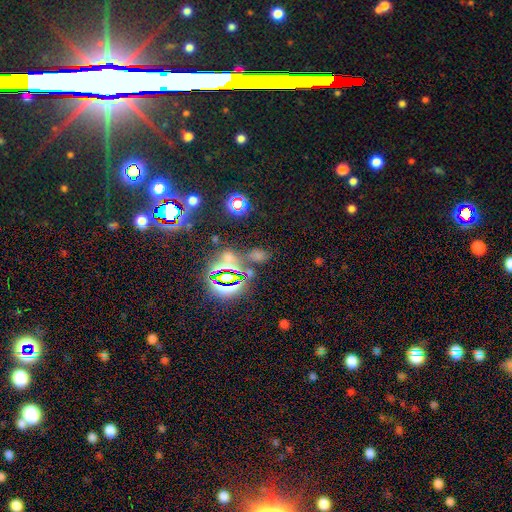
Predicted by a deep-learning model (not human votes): Smooth or featured? star or artifact (66%)